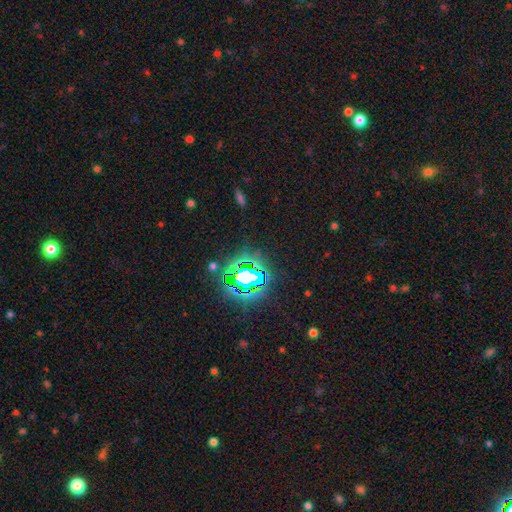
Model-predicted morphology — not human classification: Smooth or featured?
  - star or artifact: 82% *
  - smooth: 11%
  - featured or disk: 7%